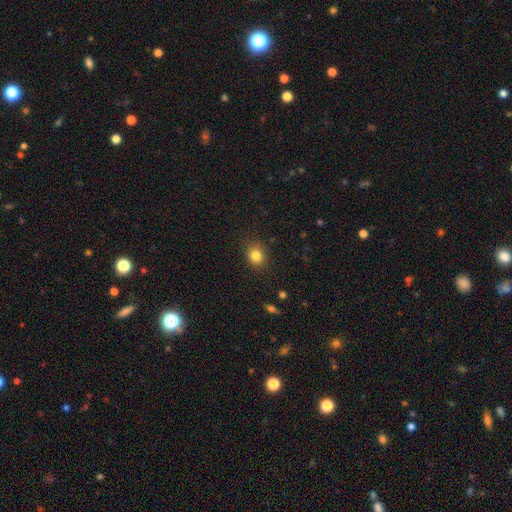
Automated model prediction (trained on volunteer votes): Smooth or featured? Predicted: smooth (p=0.82). How rounded? Predicted: round (p=0.65). Merging? Predicted: none (p=0.86).